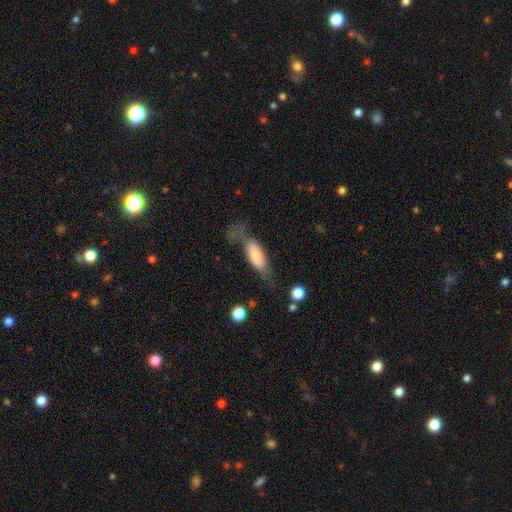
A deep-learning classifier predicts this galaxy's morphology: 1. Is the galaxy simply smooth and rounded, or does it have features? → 60% smooth, 33% featured or disk, 6% star or artifact.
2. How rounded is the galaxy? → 60% in between, 38% cigar-shaped, 3% round.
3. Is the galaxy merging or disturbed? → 44% none, 27% minor disturbance, 23% major disturbance, 6% merger.